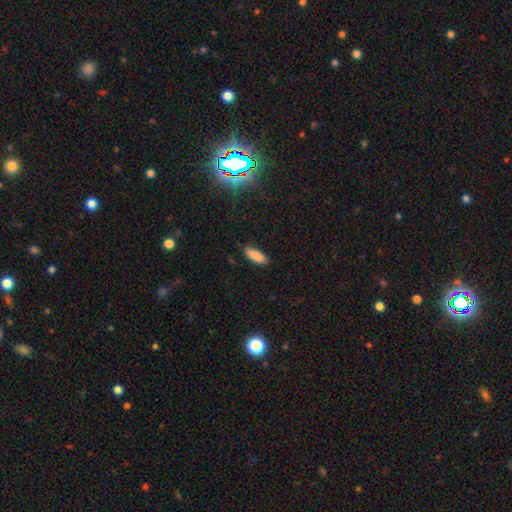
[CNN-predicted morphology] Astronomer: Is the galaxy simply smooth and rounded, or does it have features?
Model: smooth — 87%.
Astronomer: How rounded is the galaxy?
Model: in between — 77%.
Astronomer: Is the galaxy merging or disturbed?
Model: none — 84%.